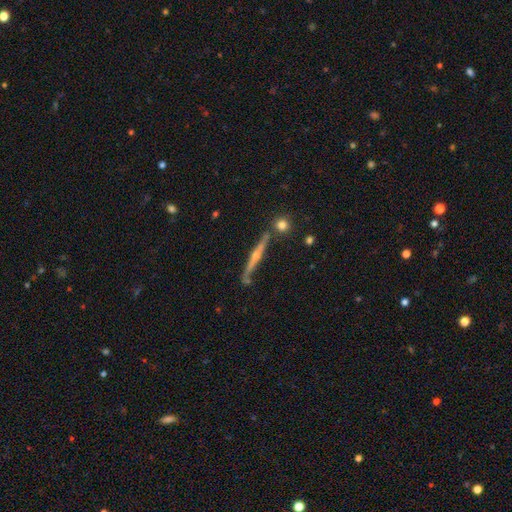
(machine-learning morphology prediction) Smooth or featured? Predicted: featured or disk (p=0.80). Edge-on disk? Predicted: yes (p=0.97). Edge-on bulge? Predicted: rounded (p=0.87). Merging? Predicted: none (p=0.80).